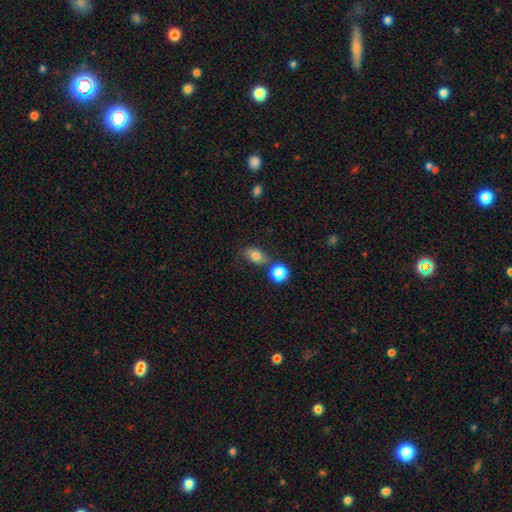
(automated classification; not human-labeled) Morphology: type=smooth (72%); roundness=in between (74%); merging=none (57%).